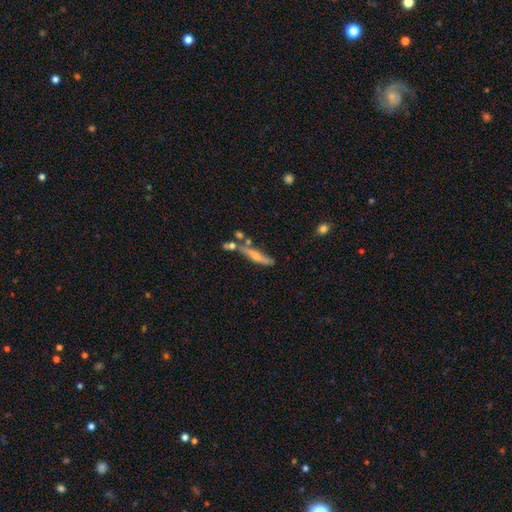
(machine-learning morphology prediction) Overall: smooth (50%; featured or disk 43%). Merging: none (56%; minor disturbance 20%).